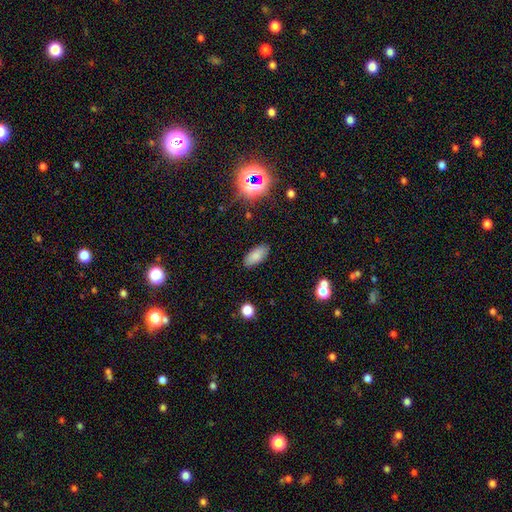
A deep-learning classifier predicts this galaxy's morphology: Overall: smooth (82%). How rounded: in between (89%). Merging: none (87%).